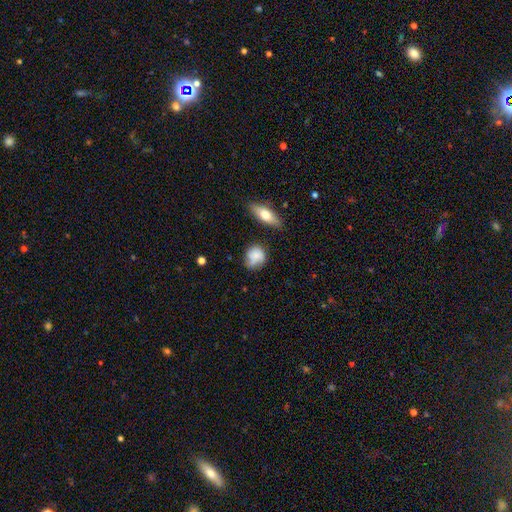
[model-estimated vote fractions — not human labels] Smooth or featured? Predicted: smooth (p=0.73). How rounded? Predicted: round (p=0.66). Merging? Predicted: none (p=0.59).